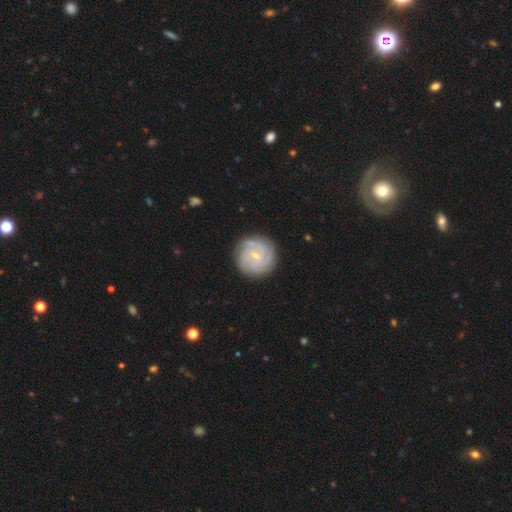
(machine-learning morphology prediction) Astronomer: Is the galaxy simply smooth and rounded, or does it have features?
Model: featured or disk — 68%.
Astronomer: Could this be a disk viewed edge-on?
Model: no — 98%.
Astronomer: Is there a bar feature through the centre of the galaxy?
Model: no — 65%.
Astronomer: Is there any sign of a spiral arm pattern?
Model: yes — 92%.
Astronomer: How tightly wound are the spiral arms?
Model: tight — 73%.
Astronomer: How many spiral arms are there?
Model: can't tell — 36% (runner-up: 3, 22%).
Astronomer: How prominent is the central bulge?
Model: small — 75%.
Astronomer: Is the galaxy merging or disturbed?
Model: none — 84%.